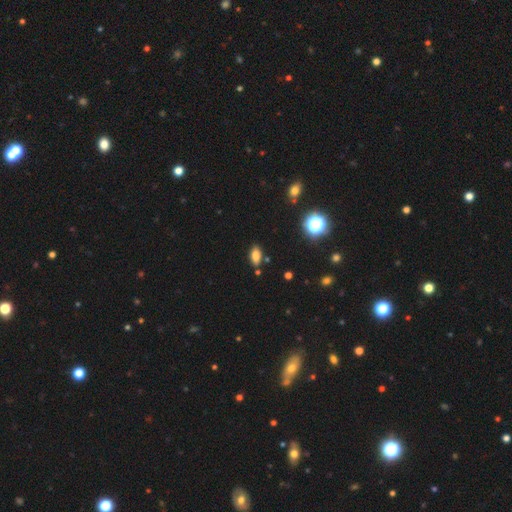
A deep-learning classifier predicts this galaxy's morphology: Smooth or featured? smooth (77%)
How rounded? in between (88%)
Merging? none (83%)